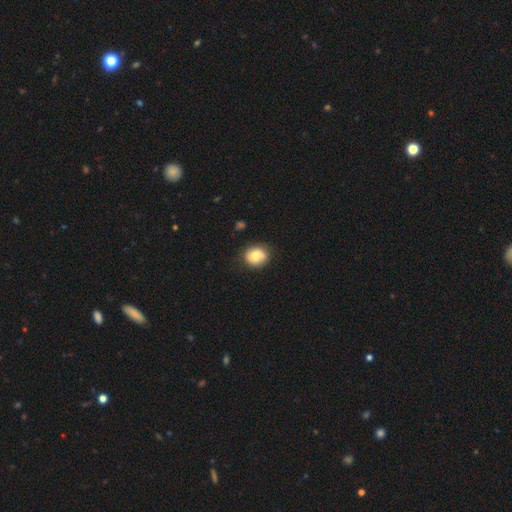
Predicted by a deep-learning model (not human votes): Smooth or featured?
  - smooth: 75% *
  - featured or disk: 16%
  - star or artifact: 9%
How rounded?
  - round: 70% *
  - in between: 29%
  - cigar-shaped: 1%
Merging?
  - none: 77% *
  - minor disturbance: 17%
  - major disturbance: 4%
  - merger: 2%